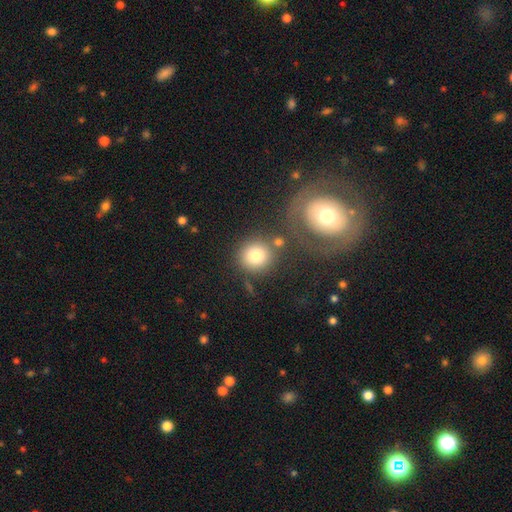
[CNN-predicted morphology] Smooth or featured?
  - smooth: 79% *
  - featured or disk: 11%
  - star or artifact: 10%
How rounded?
  - round: 88% *
  - in between: 11%
  - cigar-shaped: 1%
Merging?
  - none: 69% *
  - merger: 15%
  - minor disturbance: 11%
  - major disturbance: 6%